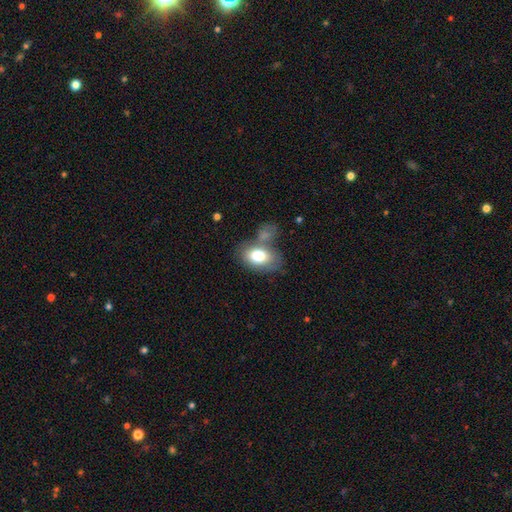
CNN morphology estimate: A smooth galaxy with no disk features (78%) that is in between round and cigar-shaped (88%).

Vote fractions:
- Smooth or featured? smooth: 78% / featured or disk: 16% / star or artifact: 7%
- How rounded? in between: 88% / round: 11% / cigar-shaped: 1%
- Merging? none: 42% / merger: 28% / minor disturbance: 20% / major disturbance: 10%